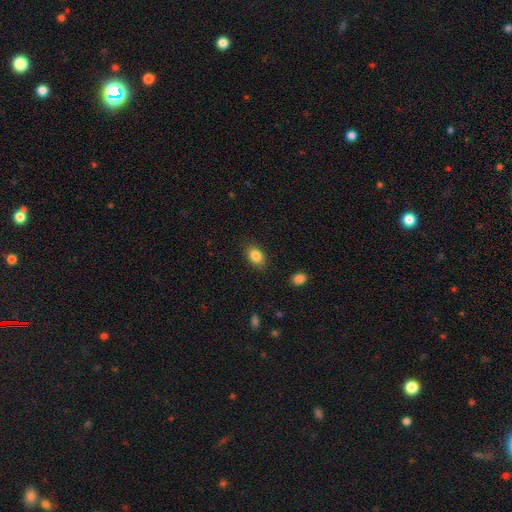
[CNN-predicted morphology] This appears to be a smooth galaxy with no disk features (85%) that is in between round and cigar-shaped (80%). Merging: none (86%).